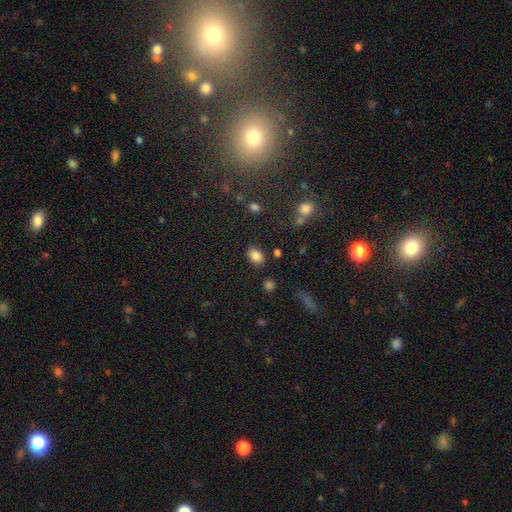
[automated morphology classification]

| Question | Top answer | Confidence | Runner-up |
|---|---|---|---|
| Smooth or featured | smooth | 84% | star or artifact (10%) |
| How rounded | in between | 73% | round (26%) |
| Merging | none | 83% | minor disturbance (11%) |